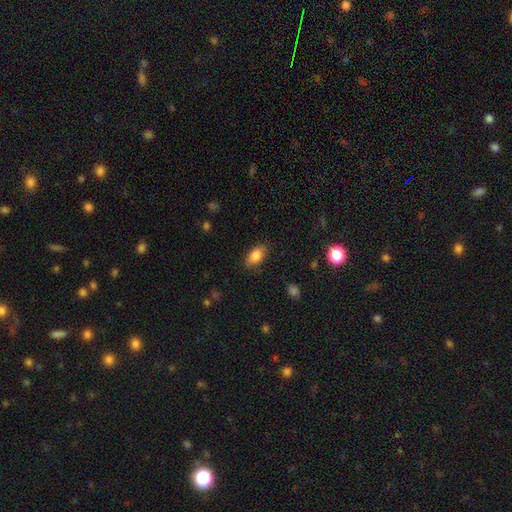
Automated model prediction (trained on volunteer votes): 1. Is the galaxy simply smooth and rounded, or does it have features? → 84% smooth, 9% featured or disk, 8% star or artifact.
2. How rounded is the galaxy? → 91% in between, 6% round, 4% cigar-shaped.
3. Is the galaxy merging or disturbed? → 85% none, 11% minor disturbance, 3% major disturbance, 1% merger.